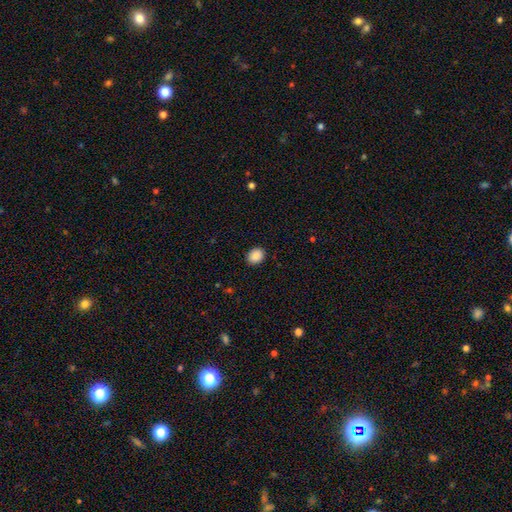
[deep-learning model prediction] The model was most divided on "how rounded": in between: 55%, round: 45%, cigar-shaped: 1%. More confident: merging — none (91%); smooth or featured — smooth (89%).